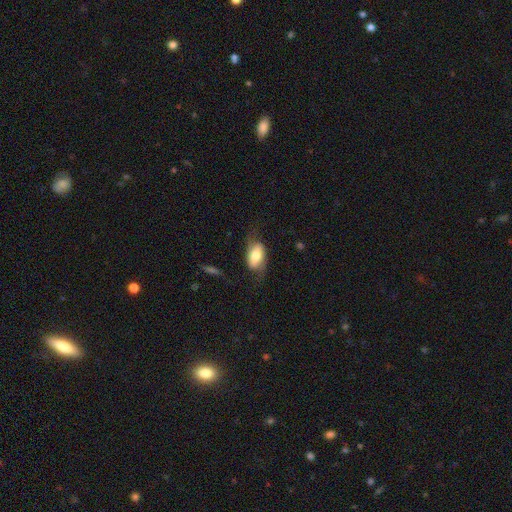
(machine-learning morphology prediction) Q: Smooth or featured?
A: smooth (54%); runner-up: featured or disk (38%)
Q: How rounded?
A: in between (90%); runner-up: round (6%)
Q: Merging?
A: none (59%); runner-up: minor disturbance (22%)